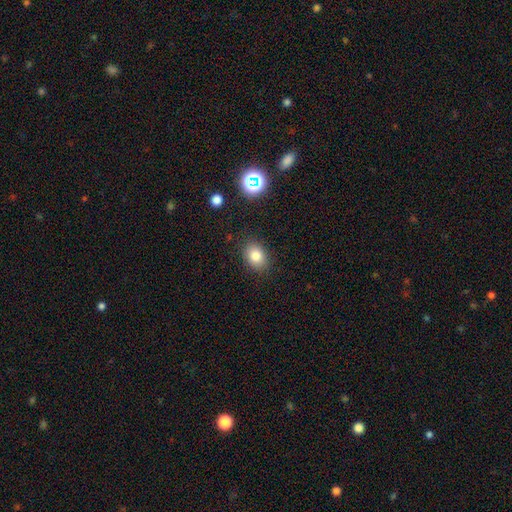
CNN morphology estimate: smooth_or_featured: smooth (p=0.82) [alt: star or artifact p=0.11]
how_rounded: in between (p=0.67) [alt: round p=0.32]
merging: none (p=0.85) [alt: minor disturbance p=0.10]